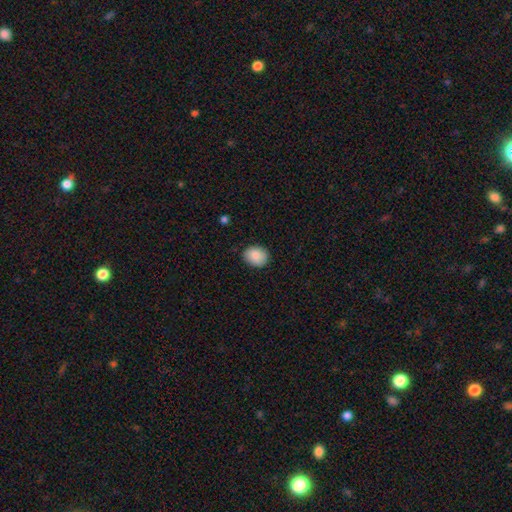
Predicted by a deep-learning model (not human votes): Smooth or featured? smooth (86%)
How rounded? round (60%)
Merging? none (85%)